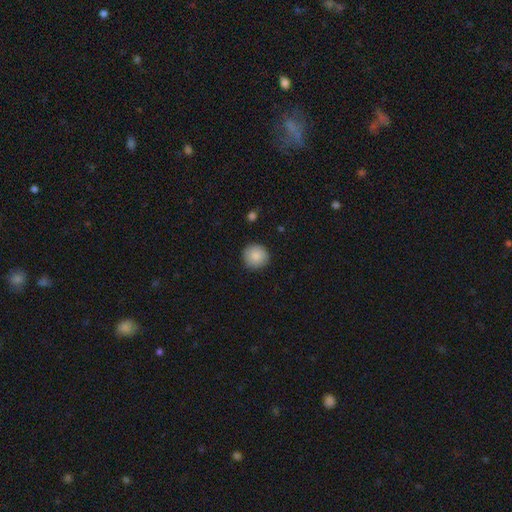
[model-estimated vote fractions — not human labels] smooth 88%, star or artifact 7%, featured or disk 5%. Down the decision tree: how rounded — round (93%); merging — none (90%).